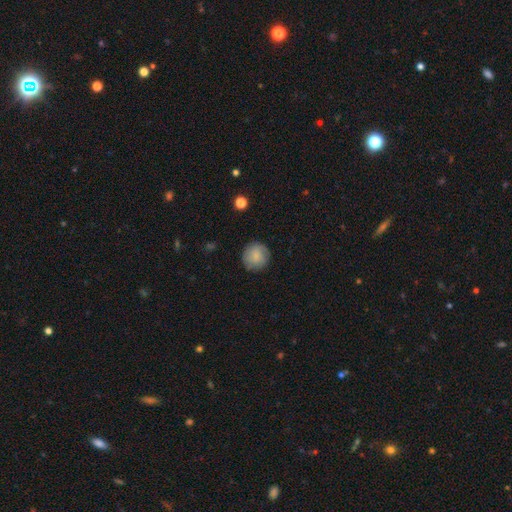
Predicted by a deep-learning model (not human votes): Smooth or featured? smooth (77%)
How rounded? round (92%)
Merging? none (84%)